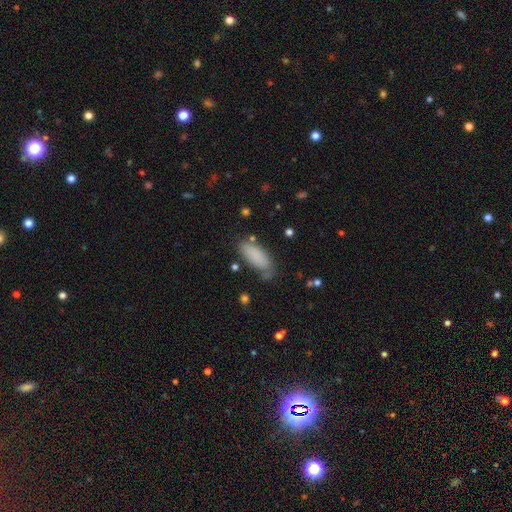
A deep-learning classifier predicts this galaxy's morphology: The model was most divided on "merging": none: 66%, minor disturbance: 23%, major disturbance: 6%, merger: 4%. More confident: smooth or featured — smooth (86%); how rounded — in between (80%).